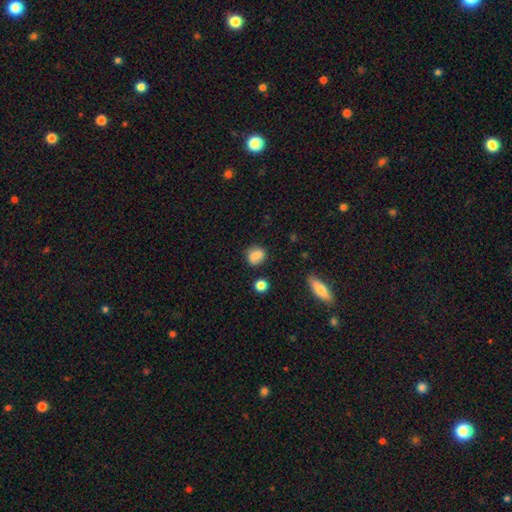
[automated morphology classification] Smooth or featured? Predicted: smooth (p=0.82). How rounded? Predicted: round (p=0.50). Merging? Predicted: none (p=0.68).